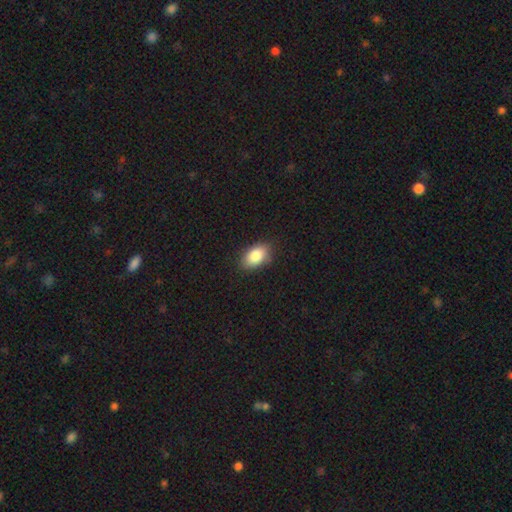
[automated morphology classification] A smooth galaxy with no disk features (85%) that is in between round and cigar-shaped (91%). Merging: none (84%).